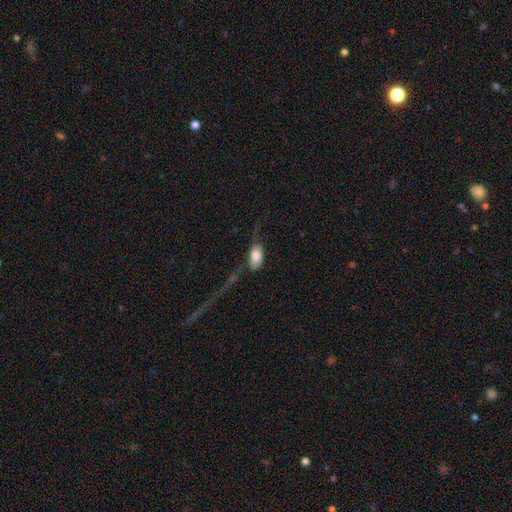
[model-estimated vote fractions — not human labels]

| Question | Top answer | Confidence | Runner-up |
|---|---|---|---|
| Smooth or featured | smooth | 68% | featured or disk (25%) |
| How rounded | in between | 88% | round (7%) |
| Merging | major disturbance | 46% | none (26%) |